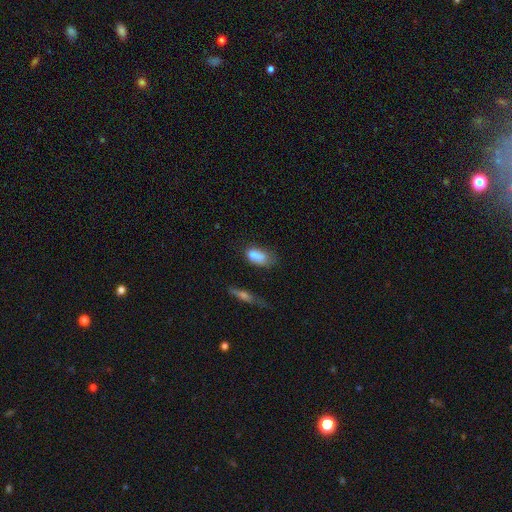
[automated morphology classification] smooth-or-featured: smooth: 77% | featured or disk: 13% | star or artifact: 10%
  how-rounded: in between: 86% | round: 7% | cigar-shaped: 7%
  merging: none: 39% | minor disturbance: 31% | major disturbance: 17% | merger: 13%